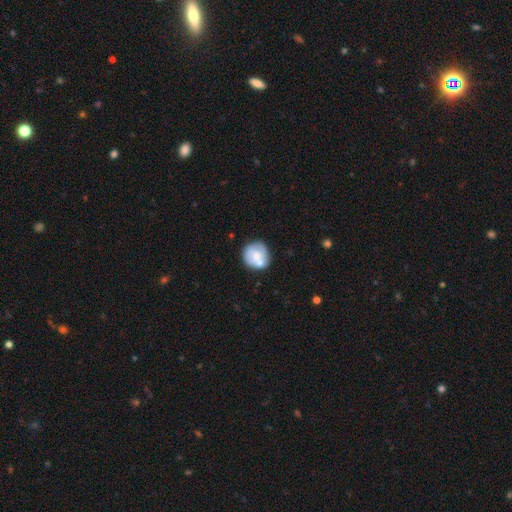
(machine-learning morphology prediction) Q: Smooth or featured?
A: smooth (58%); runner-up: featured or disk (35%)
Q: How rounded?
A: round (88%); runner-up: in between (11%)
Q: Merging?
A: none (57%); runner-up: merger (21%)